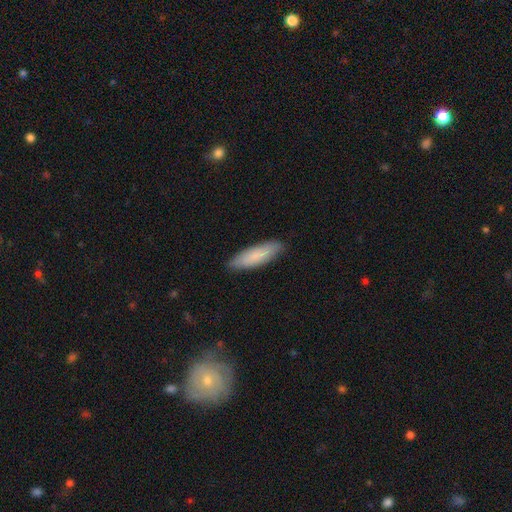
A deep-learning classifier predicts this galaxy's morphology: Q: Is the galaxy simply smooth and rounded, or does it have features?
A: smooth — 82%.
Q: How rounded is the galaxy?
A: cigar-shaped — 59%.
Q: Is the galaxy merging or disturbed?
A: none — 87%.